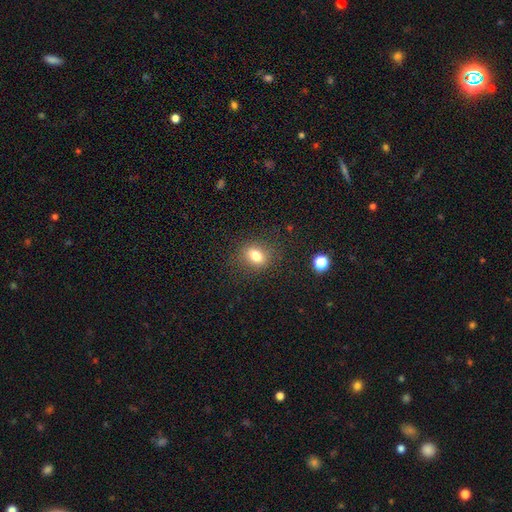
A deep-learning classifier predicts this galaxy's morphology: A smooth galaxy with no disk features (78%) that is in between round and cigar-shaped (57%).

Vote fractions:
- Smooth or featured? smooth: 78% / star or artifact: 12% / featured or disk: 10%
- How rounded? in between: 57% / round: 42% / cigar-shaped: 2%
- Merging? none: 84% / minor disturbance: 10% / major disturbance: 4% / merger: 1%